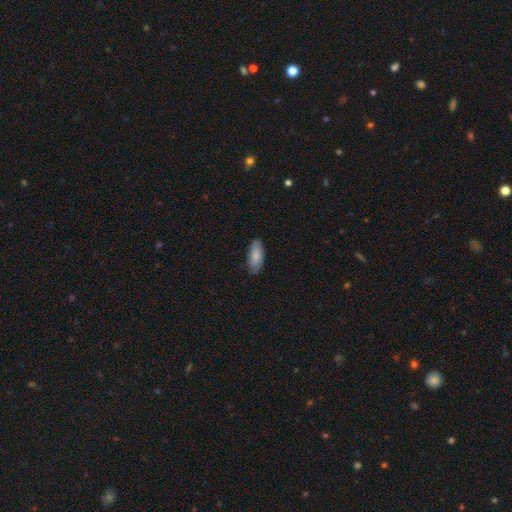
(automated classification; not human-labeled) A smooth galaxy with no disk features (81%) that is in between round and cigar-shaped (83%). Merging: none (81%).